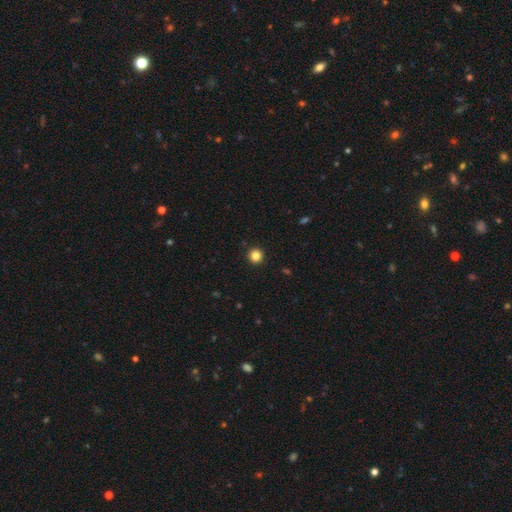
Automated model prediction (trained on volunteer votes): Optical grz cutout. It shows a smooth galaxy with no disk features (83%) that is round (94%). Merging: none (93%).